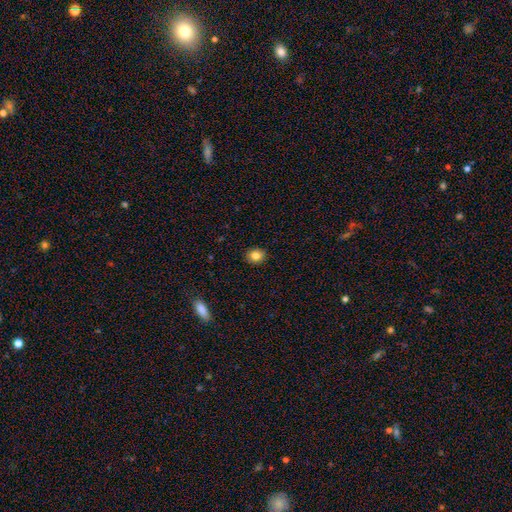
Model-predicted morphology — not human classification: Smooth or featured? smooth (82%)
How rounded? round (65%)
Merging? none (91%)